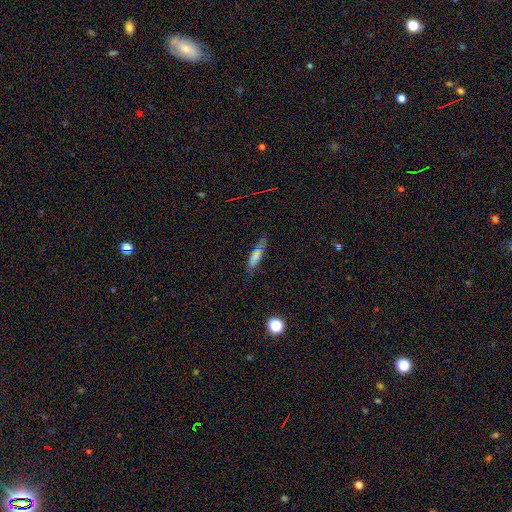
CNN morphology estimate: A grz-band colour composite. It shows a smooth galaxy with no disk features (56%) that is cigar-shaped (59%). Merging: none (79%).